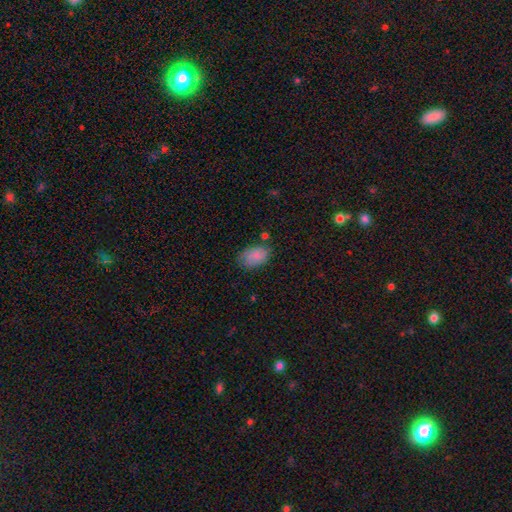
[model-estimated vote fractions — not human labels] smooth 84%, star or artifact 8%, featured or disk 8%. Down the decision tree: how rounded — in between (88%); merging — none (68%).